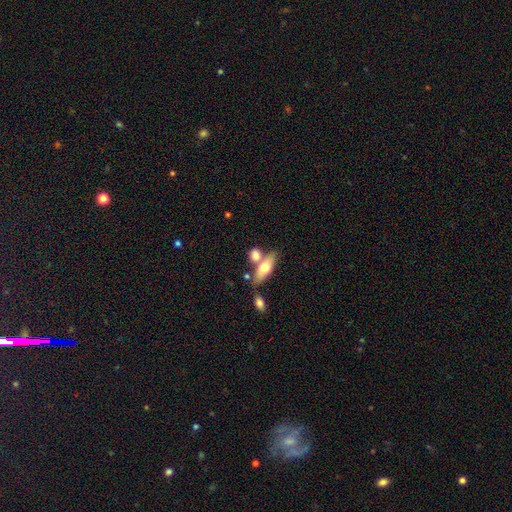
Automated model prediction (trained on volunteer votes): Smooth or featured: smooth — 67% (featured or disk — 26%)
How rounded: in between — 62% (cigar-shaped — 23%)
Merging: none — 51% (merger — 33%)